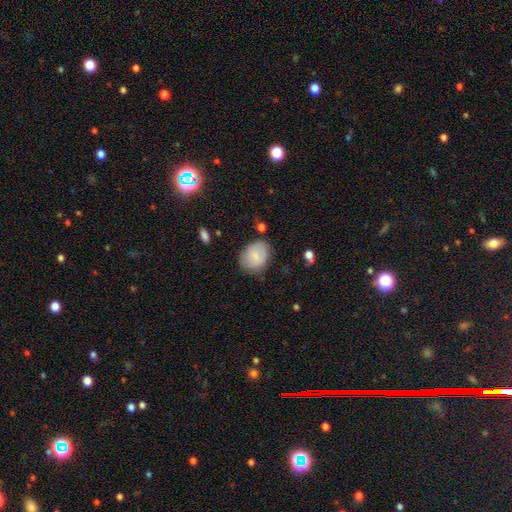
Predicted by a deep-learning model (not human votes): A smooth galaxy with no disk features (79%) that is in between round and cigar-shaped (58%). Merging: none (70%).